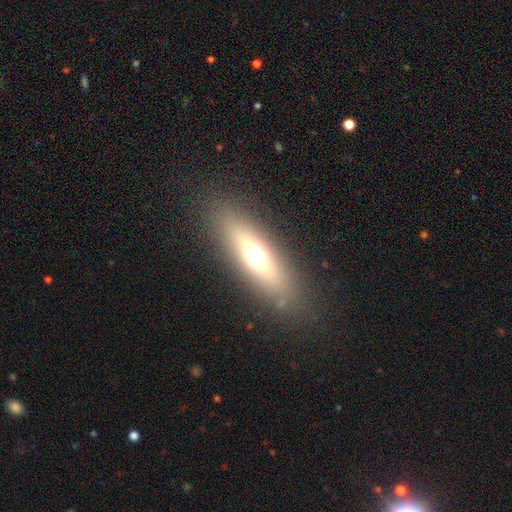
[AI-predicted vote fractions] smooth_or_featured: smooth (p=0.52) [alt: featured or disk p=0.38]
how_rounded: cigar-shaped (p=0.53) [alt: in between p=0.44]
merging: none (p=0.86) [alt: minor disturbance p=0.09]